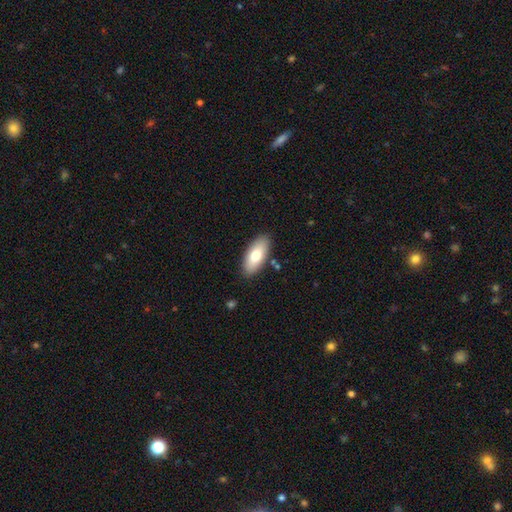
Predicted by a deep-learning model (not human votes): Smooth or featured? smooth (74%)
How rounded? in between (86%)
Merging? none (87%)